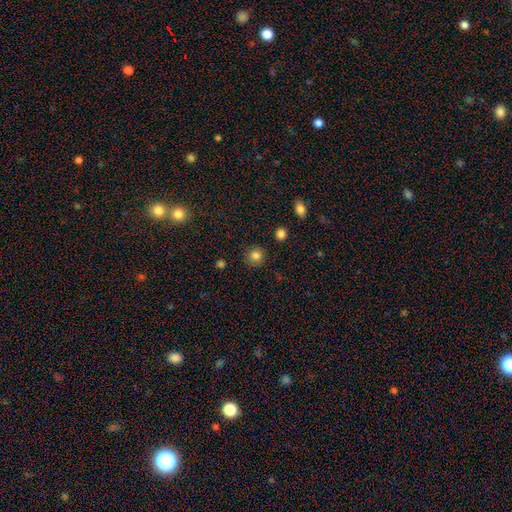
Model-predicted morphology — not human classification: smooth_or_featured: smooth (p=0.83) [alt: star or artifact p=0.12]
how_rounded: round (p=0.92) [alt: in between p=0.07]
merging: none (p=0.89) [alt: minor disturbance p=0.07]